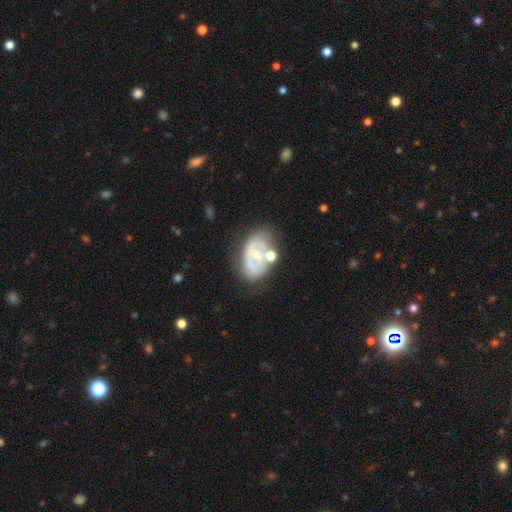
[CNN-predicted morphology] featured or disk 65%, smooth 27%, star or artifact 8%. Down the decision tree: edge-on disk — no (96%); bar — no (57%); spiral arms — no (54%); bulge size — small (56%); merging — none (48%).